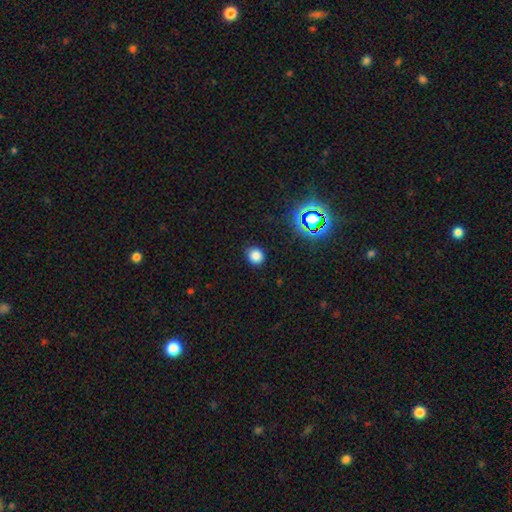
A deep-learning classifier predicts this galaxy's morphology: Smooth or featured? Predicted: smooth (p=0.79). How rounded? Predicted: round (p=0.78). Merging? Predicted: none (p=0.87).